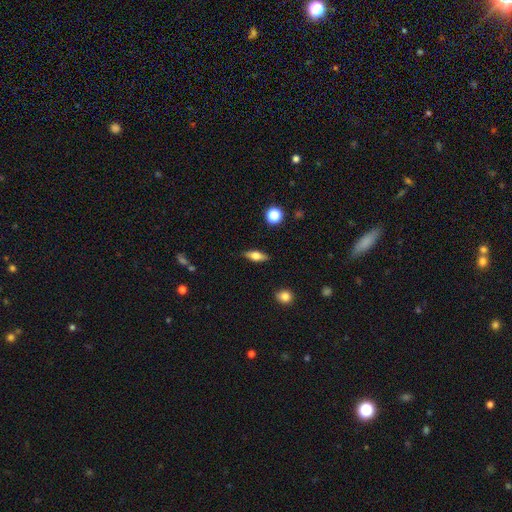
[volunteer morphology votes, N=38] Smooth or featured: smooth — 63% (featured or disk — 32%)
How rounded: in between — 71% (cigar-shaped — 17%)
Merging: none — 81% (minor disturbance — 8%)